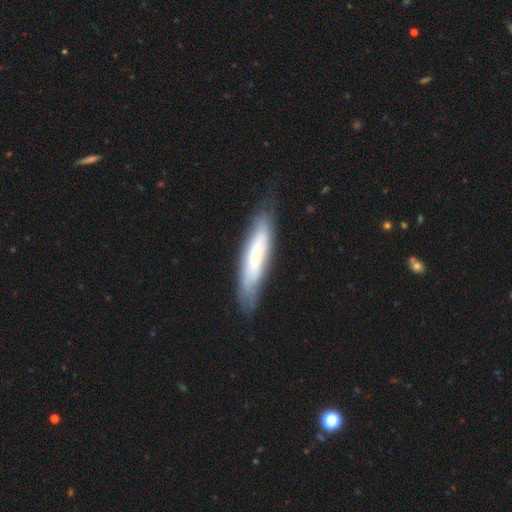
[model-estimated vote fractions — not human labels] smooth-or-featured: smooth: 54% | featured or disk: 39% | star or artifact: 6%
  how-rounded: cigar-shaped: 75% | in between: 23% | round: 1%
  merging: none: 71% | minor disturbance: 21% | major disturbance: 6% | merger: 2%